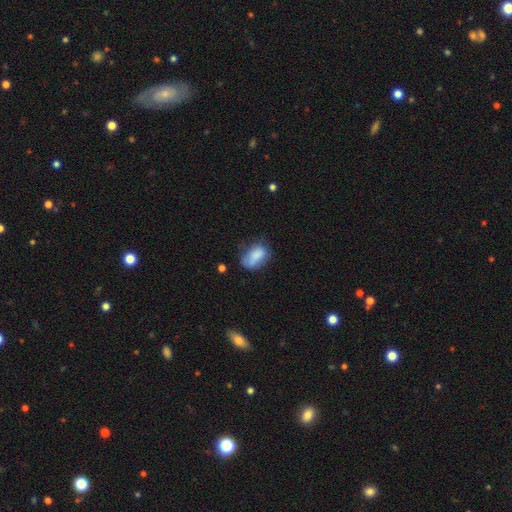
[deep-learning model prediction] smooth-or-featured: smooth: 75% | featured or disk: 16% | star or artifact: 9%
  how-rounded: in between: 86% | round: 11% | cigar-shaped: 3%
  merging: none: 44% | minor disturbance: 33% | major disturbance: 16% | merger: 7%